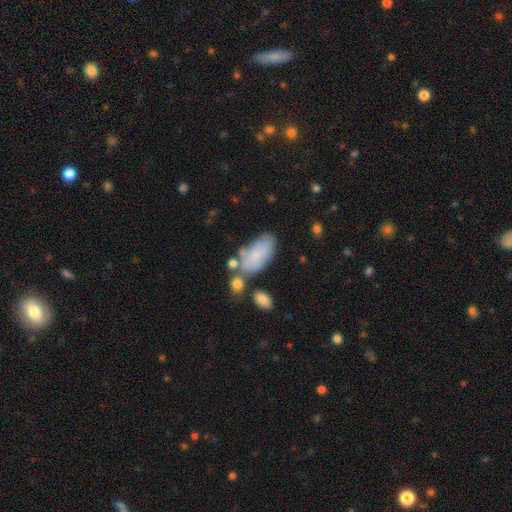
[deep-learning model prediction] This appears to be a smooth galaxy with no disk features (75%) that is in between round and cigar-shaped (93%). Merging: none (49%).